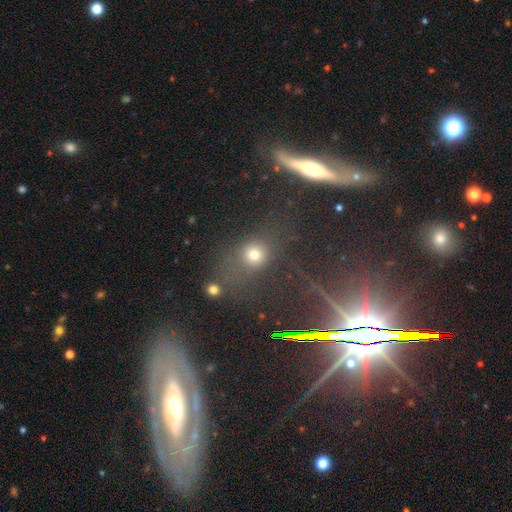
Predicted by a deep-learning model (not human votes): Smooth or featured: smooth — 55% (star or artifact — 31%)
How rounded: round — 67% (in between — 28%)
Merging: none — 72% (minor disturbance — 14%)